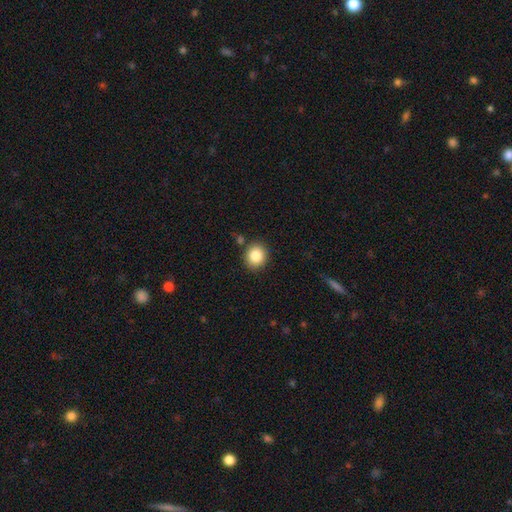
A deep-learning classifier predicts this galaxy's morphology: Smooth or featured?
  - smooth: 85% *
  - star or artifact: 9%
  - featured or disk: 5%
How rounded?
  - round: 79% *
  - in between: 20%
  - cigar-shaped: 1%
Merging?
  - none: 85% *
  - minor disturbance: 8%
  - merger: 4%
  - major disturbance: 2%